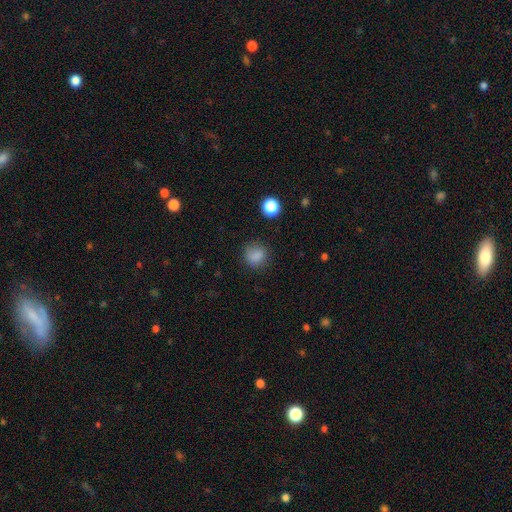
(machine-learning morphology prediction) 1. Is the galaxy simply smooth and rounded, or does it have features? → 82% smooth, 13% star or artifact, 5% featured or disk.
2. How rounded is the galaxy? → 78% round, 21% in between, 1% cigar-shaped.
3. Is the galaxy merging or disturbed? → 77% none, 16% minor disturbance, 5% major disturbance, 2% merger.